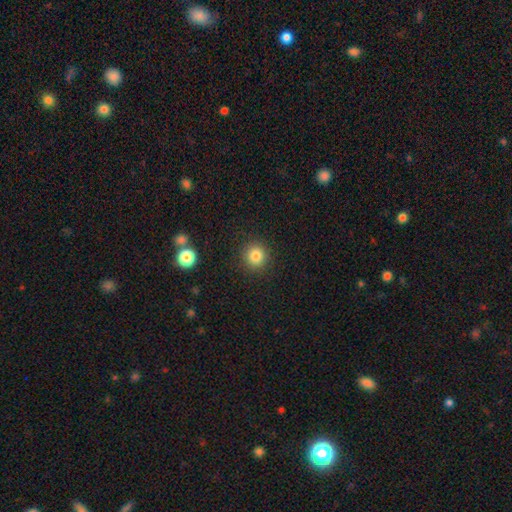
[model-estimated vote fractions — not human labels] smooth-or-featured: smooth: 84% | star or artifact: 11% | featured or disk: 5%
  how-rounded: round: 92% | in between: 7% | cigar-shaped: 1%
  merging: none: 90% | minor disturbance: 6% | major disturbance: 3% | merger: 2%